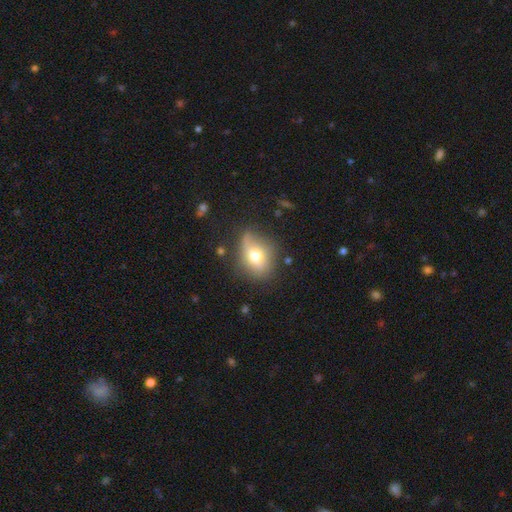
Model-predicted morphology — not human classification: Overall: smooth (61%; featured or disk 29%). How rounded: in between (57%; round 40%). Merging: none (61%; minor disturbance 26%).